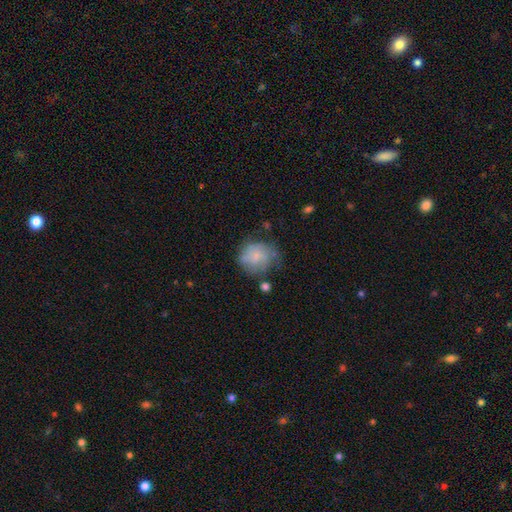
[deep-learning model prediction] smooth-or-featured: smooth: 55% | featured or disk: 36% | star or artifact: 9%
  how-rounded: round: 76% | in between: 23% | cigar-shaped: 1%
  merging: none: 51% | minor disturbance: 28% | major disturbance: 16% | merger: 5%